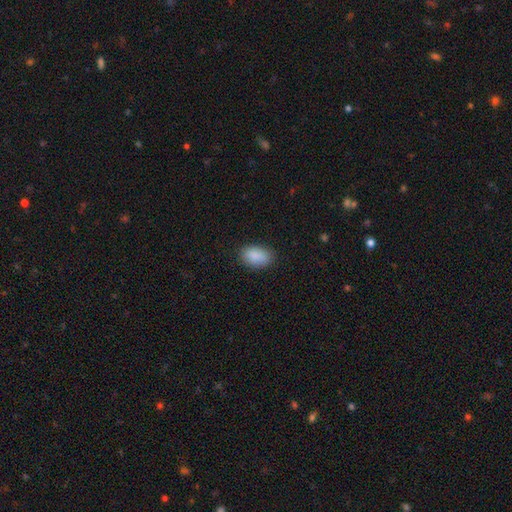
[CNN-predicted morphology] Q: Smooth or featured?
A: smooth (89%); runner-up: star or artifact (7%)
Q: How rounded?
A: in between (89%); runner-up: round (9%)
Q: Merging?
A: none (82%); runner-up: minor disturbance (14%)